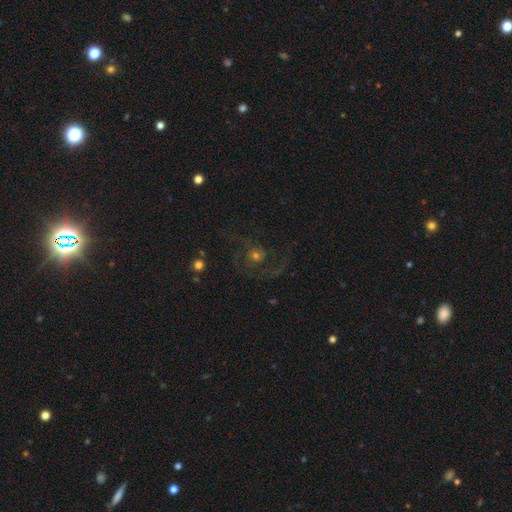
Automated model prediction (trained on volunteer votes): Overall: featured or disk (71%). Edge-on disk: no (97%). Bar: no (77%). Spiral arms: yes (90%). Spiral arm count: 2 (60%). Spiral winding: medium (49%; loose 34%). Bulge size: moderate (45%; small 44%). Merging: none (64%).